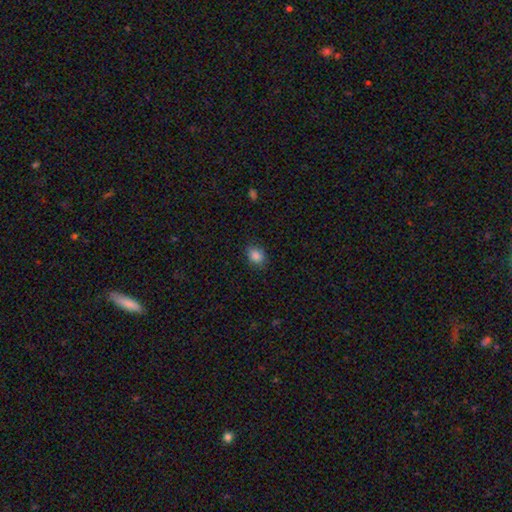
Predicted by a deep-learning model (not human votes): This is clearly a smooth galaxy (86%). How rounded: possibly in between (55%). Merging: clearly none (84%).